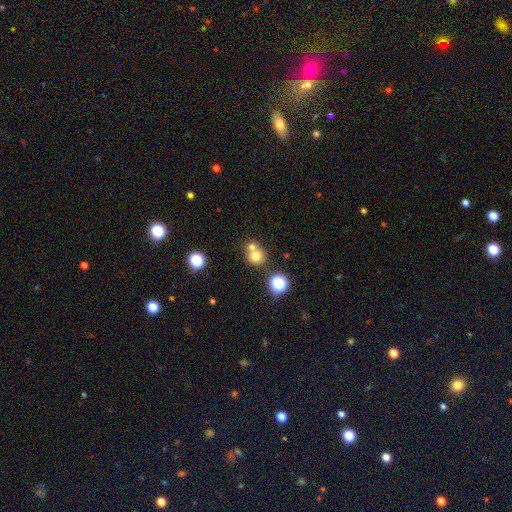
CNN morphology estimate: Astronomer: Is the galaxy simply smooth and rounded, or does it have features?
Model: smooth — 72%.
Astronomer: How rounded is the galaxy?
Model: round — 86%.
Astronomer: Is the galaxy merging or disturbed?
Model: none — 47% (runner-up: merger, 43%).